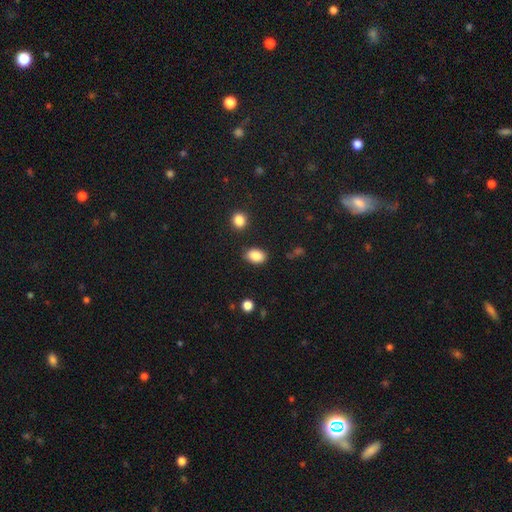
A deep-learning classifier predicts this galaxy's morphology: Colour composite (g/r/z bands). It shows a smooth galaxy with no disk features (88%) that is in between round and cigar-shaped (82%). Merging: none (83%).